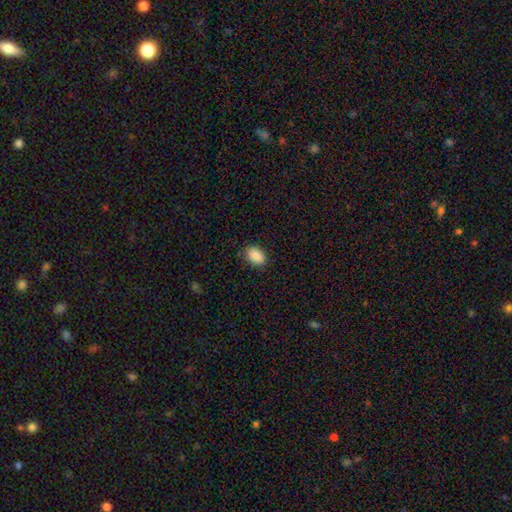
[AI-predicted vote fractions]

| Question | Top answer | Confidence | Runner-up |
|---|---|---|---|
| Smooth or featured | smooth | 88% | star or artifact (7%) |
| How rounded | in between | 84% | round (15%) |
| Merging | none | 88% | minor disturbance (9%) |